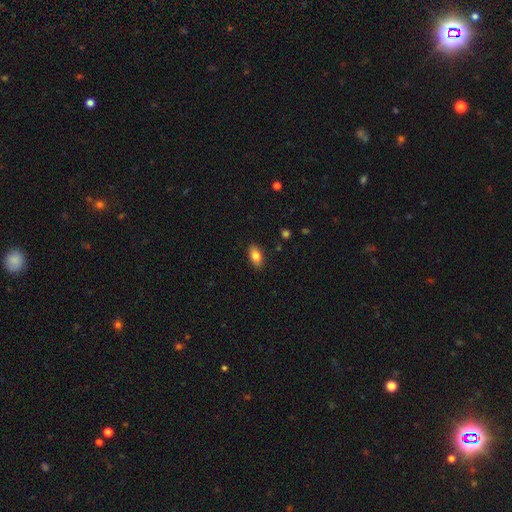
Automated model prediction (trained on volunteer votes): Smooth or featured? Predicted: smooth (p=0.83). How rounded? Predicted: in between (p=0.91). Merging? Predicted: none (p=0.88).